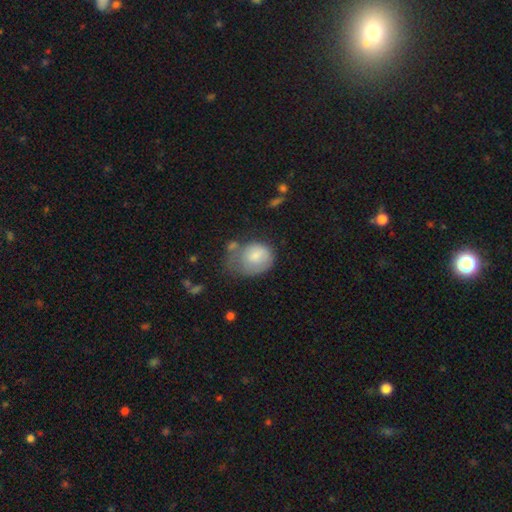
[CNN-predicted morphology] smooth-or-featured: smooth: 73% | featured or disk: 20% | star or artifact: 7%
  how-rounded: round: 50% | in between: 49% | cigar-shaped: 1%
  merging: major disturbance: 33% | minor disturbance: 32% | none: 27% | merger: 9%